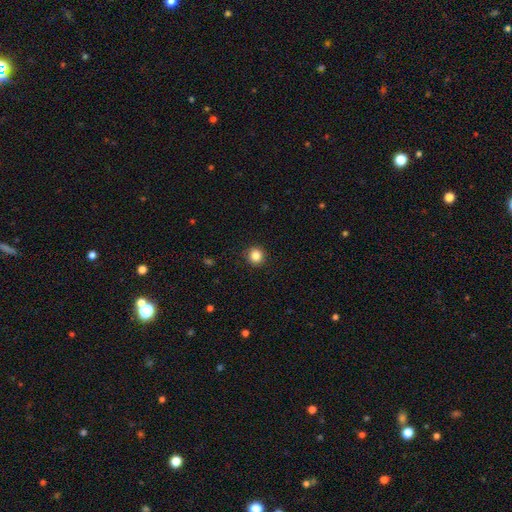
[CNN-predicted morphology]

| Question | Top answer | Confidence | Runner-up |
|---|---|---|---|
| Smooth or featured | smooth | 85% | star or artifact (10%) |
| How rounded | round | 93% | in between (6%) |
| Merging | none | 91% | minor disturbance (6%) |